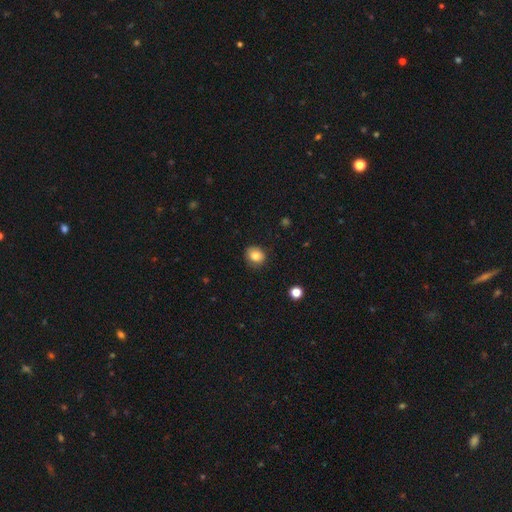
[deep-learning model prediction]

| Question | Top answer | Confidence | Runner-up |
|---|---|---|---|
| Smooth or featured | smooth | 81% | star or artifact (10%) |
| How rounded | round | 72% | in between (27%) |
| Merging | none | 86% | minor disturbance (11%) |